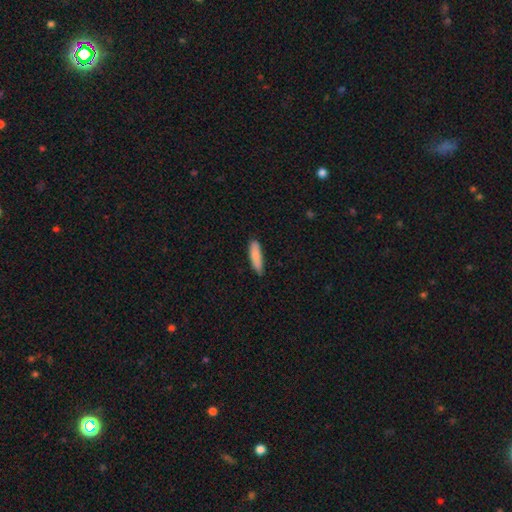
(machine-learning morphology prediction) Smooth or featured? smooth (85%)
How rounded? cigar-shaped (66%)
Merging? none (82%)